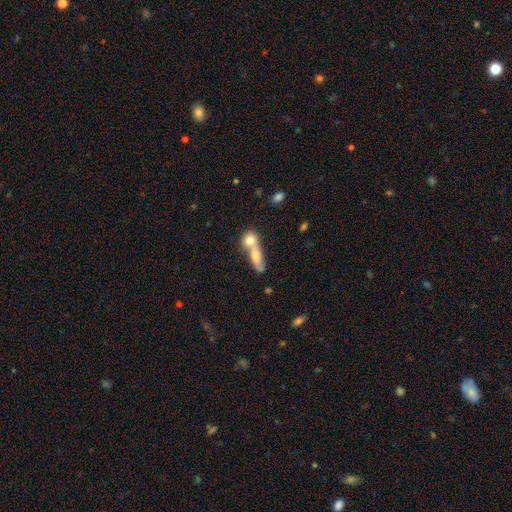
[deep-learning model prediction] smooth_or_featured: smooth (p=0.67) [alt: featured or disk p=0.25]
how_rounded: in between (p=0.52) [alt: cigar-shaped p=0.28]
merging: merger (p=0.72) [alt: none p=0.18]